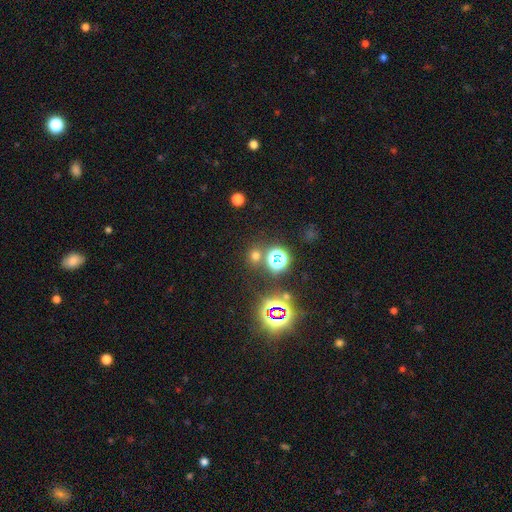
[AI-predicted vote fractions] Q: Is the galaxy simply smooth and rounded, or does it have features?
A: smooth — 56%.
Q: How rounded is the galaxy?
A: round — 82%.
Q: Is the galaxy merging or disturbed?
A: none — 78%.